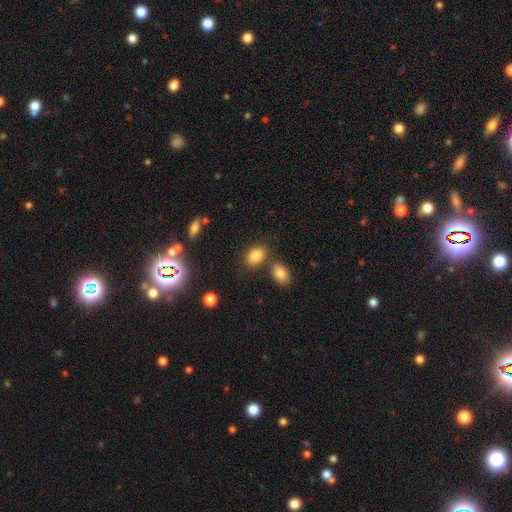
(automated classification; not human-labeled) smooth_or_featured: smooth (p=0.83) [alt: star or artifact p=0.11]
how_rounded: in between (p=0.80) [alt: round p=0.19]
merging: none (p=0.69) [alt: merger p=0.16]